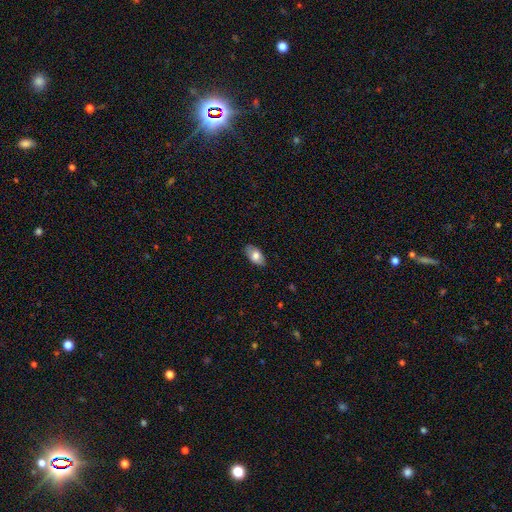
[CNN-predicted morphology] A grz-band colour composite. It shows a smooth galaxy with no disk features (76%) that is in between round and cigar-shaped (94%). Merging: none (85%).